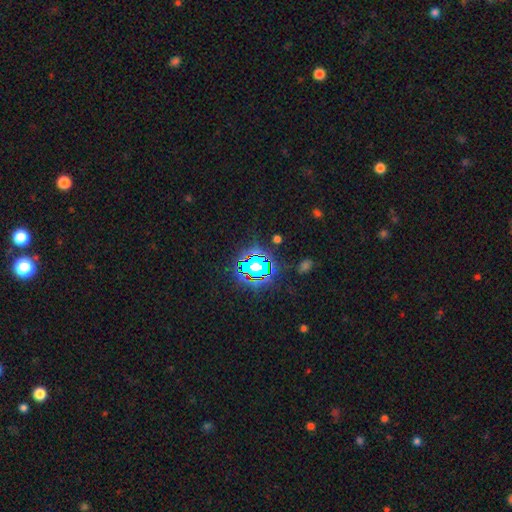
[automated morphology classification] Smooth or featured? Predicted: star or artifact (p=0.77).